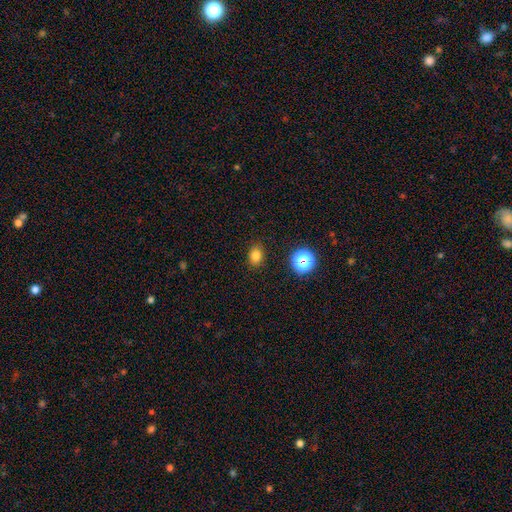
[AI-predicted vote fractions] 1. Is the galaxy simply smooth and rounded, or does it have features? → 80% smooth, 15% star or artifact, 5% featured or disk.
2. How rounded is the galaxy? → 55% in between, 44% round, 1% cigar-shaped.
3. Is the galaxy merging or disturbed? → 87% none, 9% minor disturbance, 3% major disturbance, 1% merger.